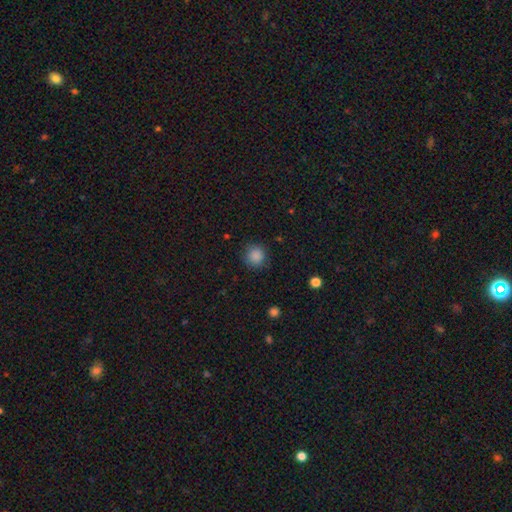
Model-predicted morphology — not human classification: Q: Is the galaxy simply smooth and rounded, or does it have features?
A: smooth — 87%.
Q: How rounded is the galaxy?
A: round — 90%.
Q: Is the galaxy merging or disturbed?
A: none — 85%.